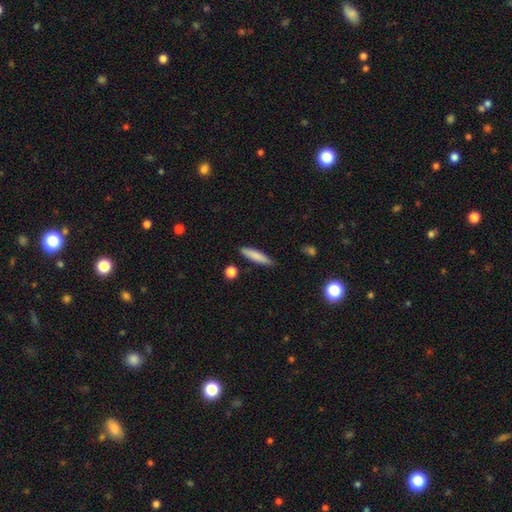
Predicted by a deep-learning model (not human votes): A smooth galaxy with no disk features (81%) that is cigar-shaped (81%).

Vote fractions:
- Smooth or featured? smooth: 81% / featured or disk: 12% / star or artifact: 7%
- How rounded? cigar-shaped: 81% / in between: 17% / round: 2%
- Merging? none: 86% / minor disturbance: 10% / merger: 2% / major disturbance: 2%